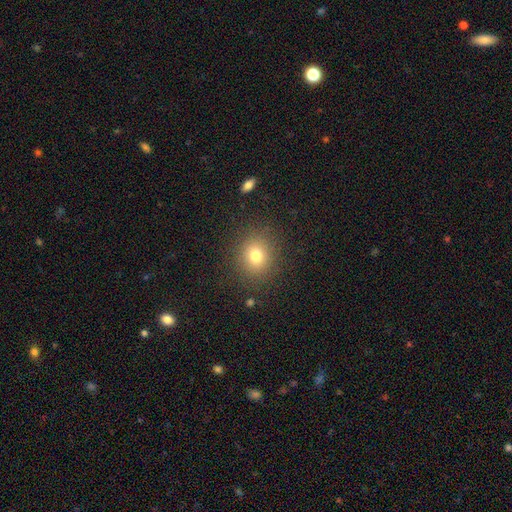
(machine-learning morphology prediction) smooth-or-featured: smooth: 76% | star or artifact: 14% | featured or disk: 9%
  how-rounded: round: 79% | in between: 20% | cigar-shaped: 1%
  merging: none: 87% | minor disturbance: 8% | major disturbance: 4% | merger: 1%